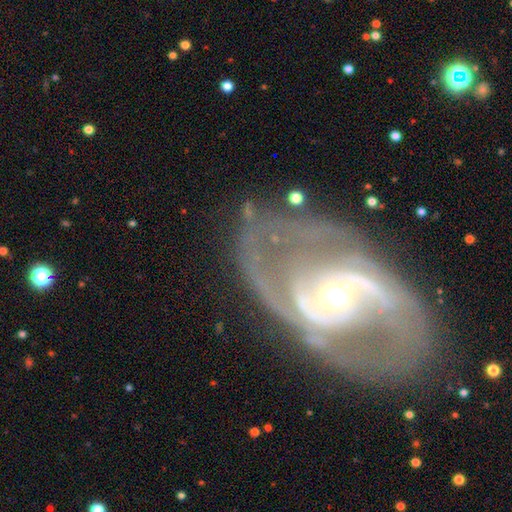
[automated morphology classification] This is clearly a featured or disk galaxy (89%). It is clearly not viewed edge-on (96%). Bar: marginally weak (38%). Spiral arm pattern: clearly yes (95%). Spiral arm count: clearly 2 (81%). Spiral winding: possibly medium (49%). Central bulge: possibly moderate (46%, tied with small). Merging: likely none (73%).